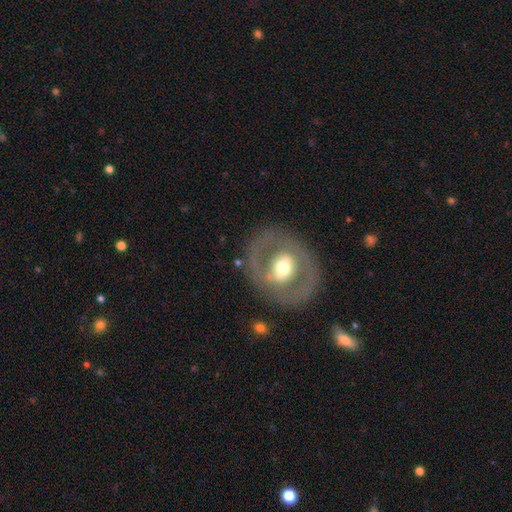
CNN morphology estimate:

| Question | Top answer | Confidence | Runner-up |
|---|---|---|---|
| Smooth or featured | featured or disk | 69% | smooth (24%) |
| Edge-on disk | no | 94% | yes (6%) |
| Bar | no | 40% | weak (36%) |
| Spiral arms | no | 60% | yes (40%) |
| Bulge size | moderate | 66% | large (21%) |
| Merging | none | 79% | minor disturbance (12%) |